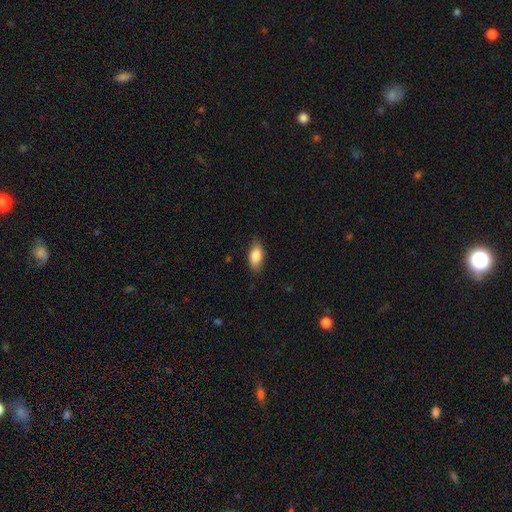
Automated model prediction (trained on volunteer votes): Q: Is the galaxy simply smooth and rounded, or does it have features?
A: smooth — 85%.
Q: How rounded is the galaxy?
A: in between — 89%.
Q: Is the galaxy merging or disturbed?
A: none — 82%.